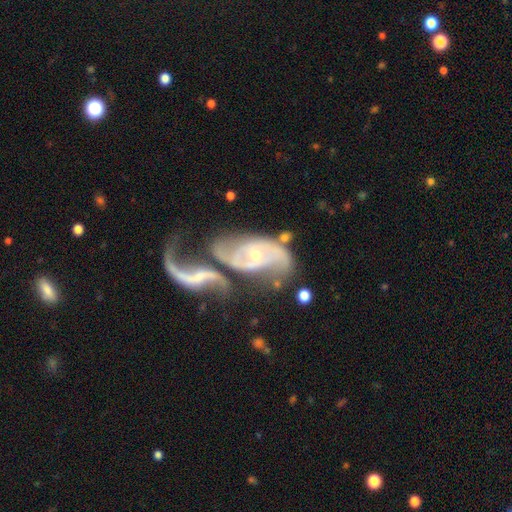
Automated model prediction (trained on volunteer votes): featured or disk 85%, smooth 9%, star or artifact 6%. Down the decision tree: edge-on disk — no (95%); bar — no (53%); spiral arms — yes (90%); spiral arm count — 2 (65%); spiral winding — loose (46%); bulge size — small (51%); merging — merger (53%).